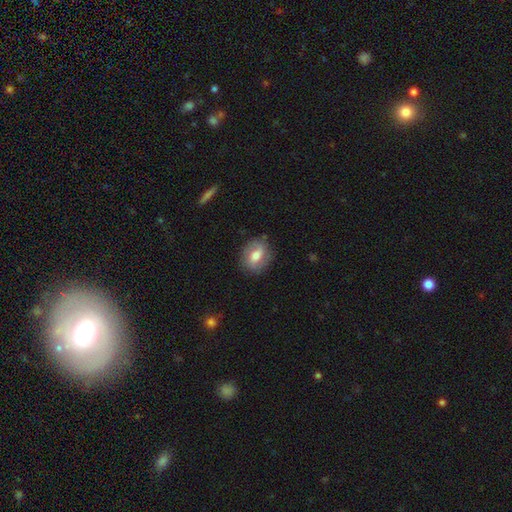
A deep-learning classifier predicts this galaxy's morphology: A smooth galaxy with no disk features (60%) that is in between round and cigar-shaped (63%). Merging: none (77%).